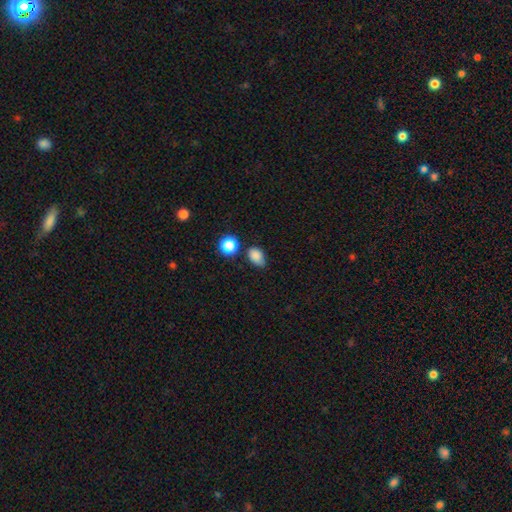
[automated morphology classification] Overall: smooth (83%). How rounded: in between (77%). Merging: none (58%; minor disturbance 30%).